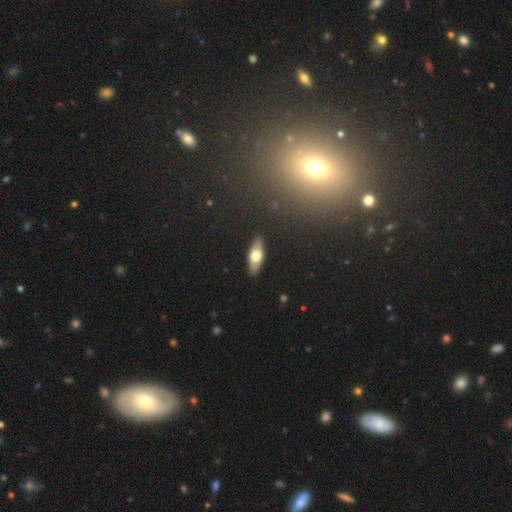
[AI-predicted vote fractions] This appears to be a smooth galaxy with no disk features (60%) that is in between round and cigar-shaped (70%). Merging: none (89%).